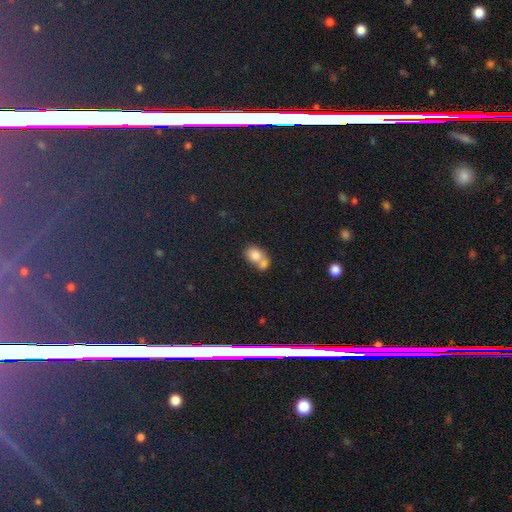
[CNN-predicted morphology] Smooth or featured? Predicted: smooth (p=0.78). How rounded? Predicted: in between (p=0.55). Merging? Predicted: merger (p=0.66).